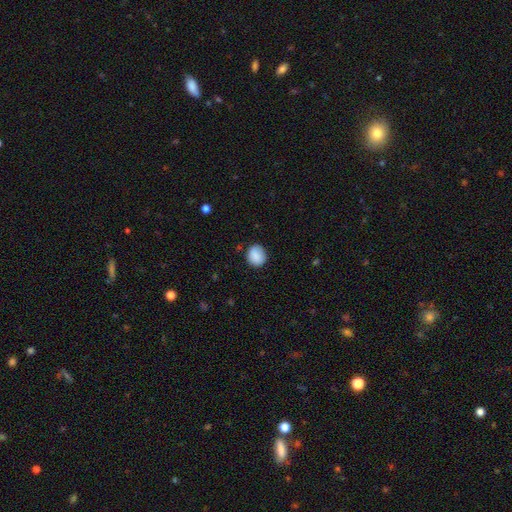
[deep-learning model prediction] Smooth or featured?
  - smooth: 88% *
  - star or artifact: 8%
  - featured or disk: 5%
How rounded?
  - round: 76% *
  - in between: 23%
  - cigar-shaped: 1%
Merging?
  - none: 83% *
  - minor disturbance: 13%
  - major disturbance: 3%
  - merger: 1%